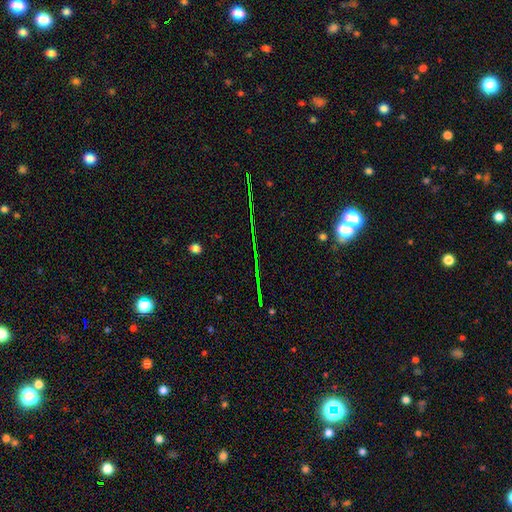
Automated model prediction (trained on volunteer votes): Smooth or featured: star or artifact — 72% (smooth — 14%)